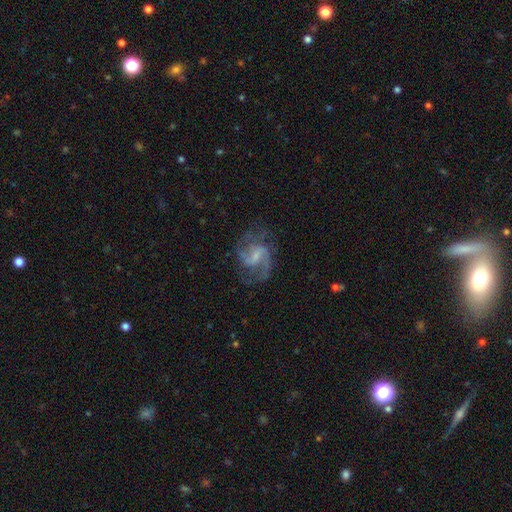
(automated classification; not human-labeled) featured or disk 85%, smooth 8%, star or artifact 6%. Down the decision tree: edge-on disk — no (98%); bar — weak (56%); spiral arms — yes (96%); spiral arm count — 2 (69%); spiral winding — medium (54%); bulge size — small (51%); merging — none (65%).